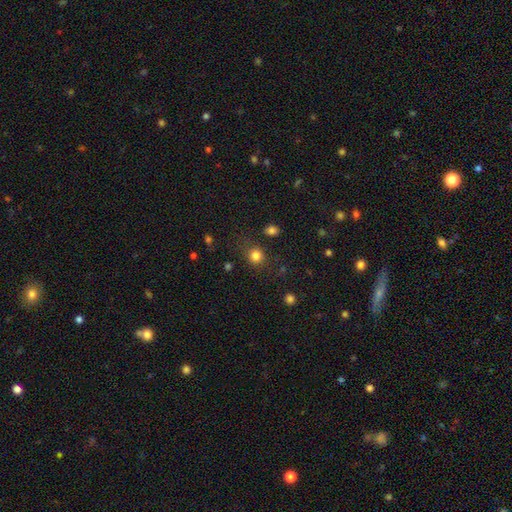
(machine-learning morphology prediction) Smooth or featured? smooth (81%)
How rounded? round (84%)
Merging? none (78%)